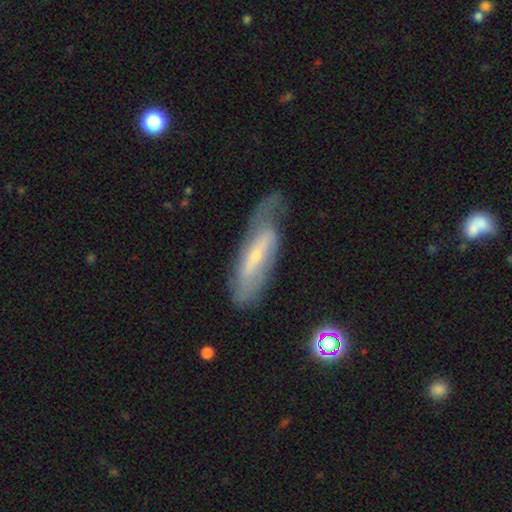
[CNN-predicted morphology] Smooth or featured?
  - featured or disk: 67% *
  - smooth: 26%
  - star or artifact: 7%
Edge-on disk?
  - no: 75% *
  - yes: 25%
Bar?
  - strong: 38% *
  - weak: 32%
  - no: 29%
Spiral arms?
  - yes: 71% *
  - no: 29%
Bulge size?
  - small: 73% *
  - moderate: 22%
  - none: 2%
  - large: 2%
  - dominant: 1%
Merging?
  - none: 47% *
  - minor disturbance: 29%
  - major disturbance: 22%
  - merger: 2%